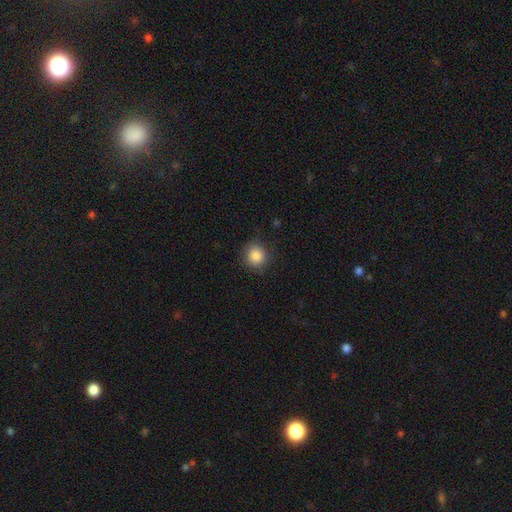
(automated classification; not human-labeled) Overall: smooth (87%). How rounded: round (90%). Merging: none (84%).